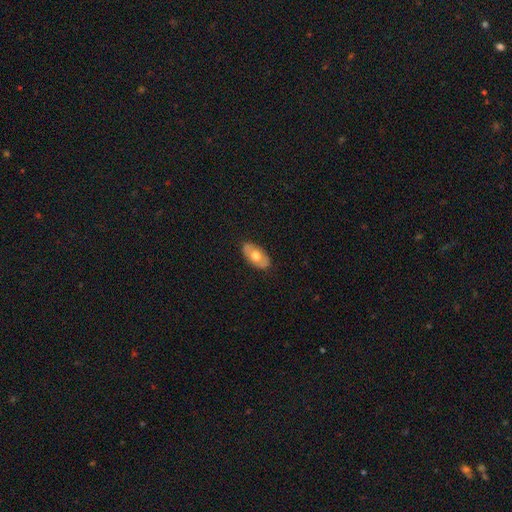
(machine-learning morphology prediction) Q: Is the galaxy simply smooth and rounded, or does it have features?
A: smooth — 56%.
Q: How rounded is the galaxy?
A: in between — 92%.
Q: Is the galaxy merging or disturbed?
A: none — 84%.